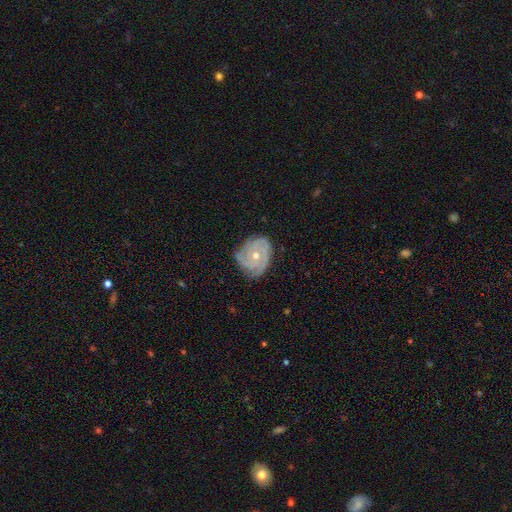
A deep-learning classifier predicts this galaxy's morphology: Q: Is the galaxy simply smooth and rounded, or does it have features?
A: featured or disk — 85%.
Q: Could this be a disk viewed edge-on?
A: no — 98%.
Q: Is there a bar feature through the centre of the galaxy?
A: no — 81%.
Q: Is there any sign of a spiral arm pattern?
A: yes — 96%.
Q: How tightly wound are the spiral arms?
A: tight — 72%.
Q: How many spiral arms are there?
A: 3 — 43%.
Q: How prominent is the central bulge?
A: moderate — 51%.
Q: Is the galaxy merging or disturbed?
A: none — 72%.